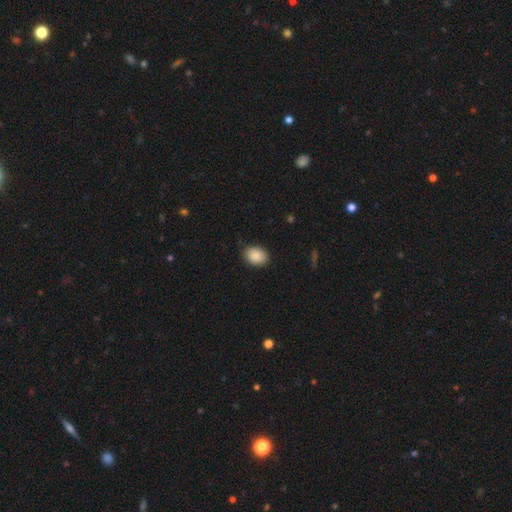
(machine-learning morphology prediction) Overall: smooth (88%). How rounded: in between (71%). Merging: none (83%).